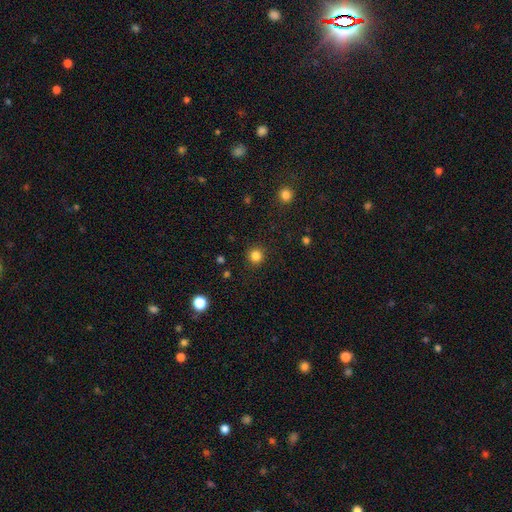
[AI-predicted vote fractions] Smooth or featured? smooth (84%)
How rounded? round (95%)
Merging? none (92%)